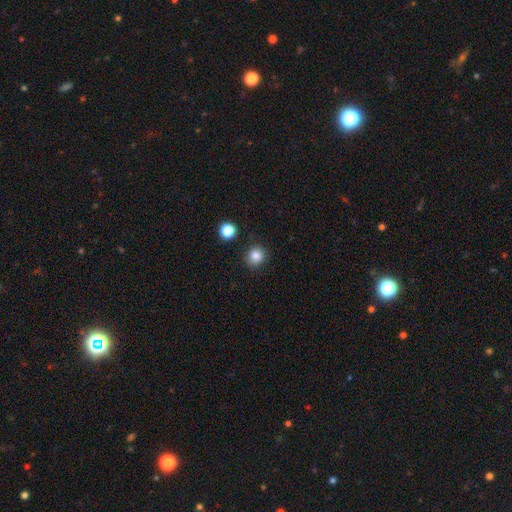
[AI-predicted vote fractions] This appears to be a smooth galaxy with no disk features (84%) that is round (83%). Merging: none (87%).